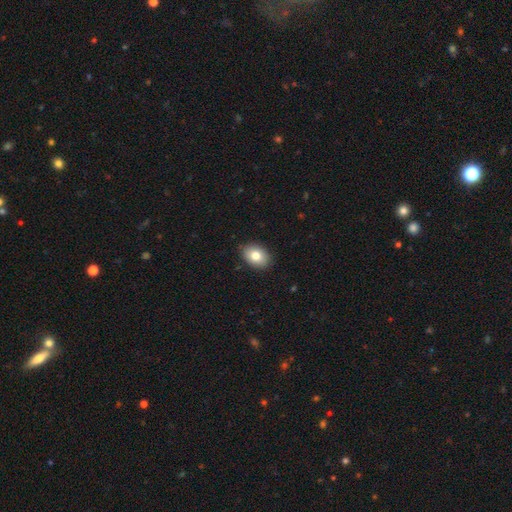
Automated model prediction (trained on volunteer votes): A smooth galaxy with no disk features (80%) that is in between round and cigar-shaped (74%). Merging: none (88%).